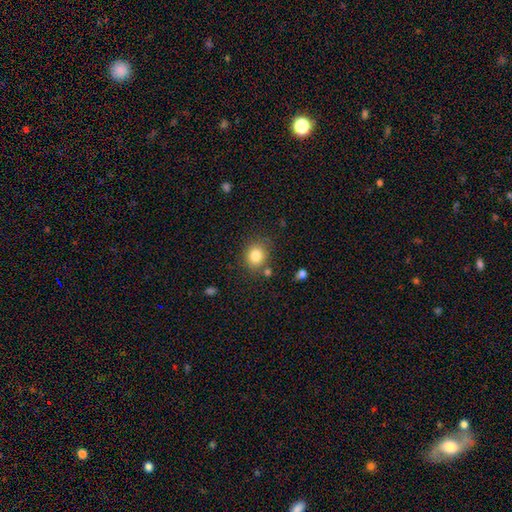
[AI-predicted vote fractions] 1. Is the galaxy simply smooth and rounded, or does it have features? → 82% smooth, 11% star or artifact, 7% featured or disk.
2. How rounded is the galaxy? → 69% round, 30% in between, 1% cigar-shaped.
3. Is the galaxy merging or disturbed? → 79% none, 12% minor disturbance, 6% merger, 4% major disturbance.